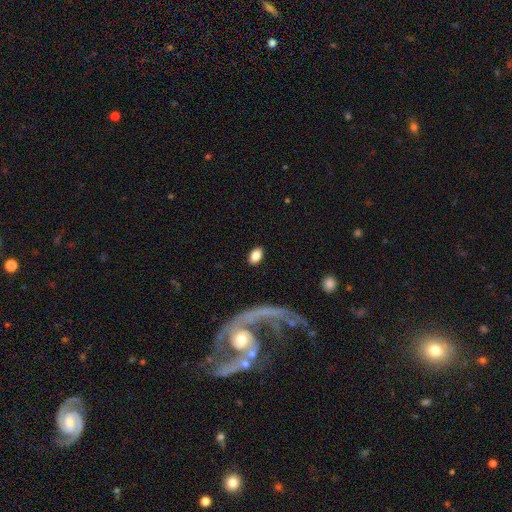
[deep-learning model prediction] The model was most divided on "smooth or featured": smooth: 82%, featured or disk: 11%, star or artifact: 7%. More confident: how rounded — in between (91%); merging — none (87%).